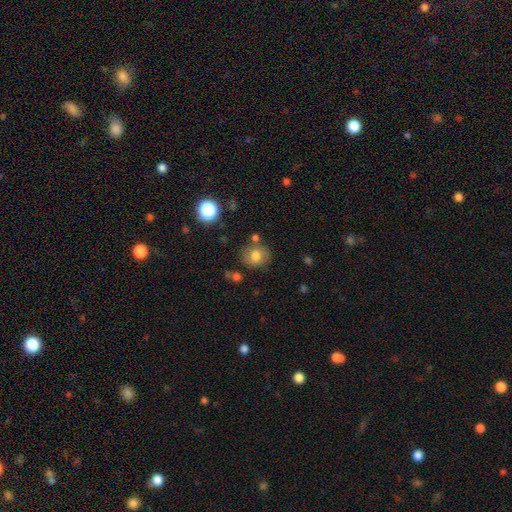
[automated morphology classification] Smooth or featured?
  - smooth: 74% *
  - featured or disk: 14%
  - star or artifact: 12%
How rounded?
  - round: 74% *
  - in between: 25%
  - cigar-shaped: 1%
Merging?
  - none: 75% *
  - minor disturbance: 13%
  - merger: 7%
  - major disturbance: 4%